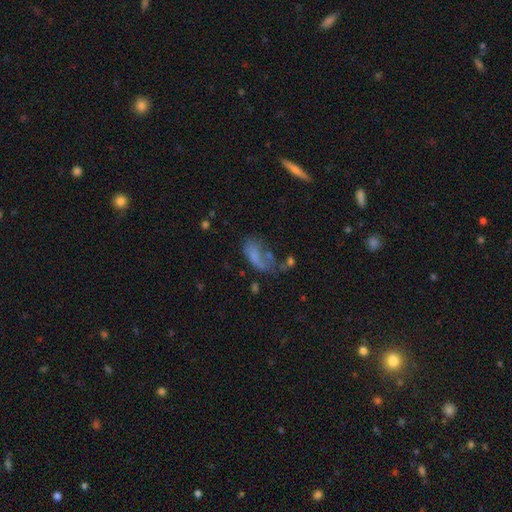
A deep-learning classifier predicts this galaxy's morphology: smooth_or_featured: smooth (p=0.57) [alt: featured or disk p=0.29]
how_rounded: in between (p=0.84) [alt: cigar-shaped p=0.10]
merging: major disturbance (p=0.38) [alt: none p=0.27]